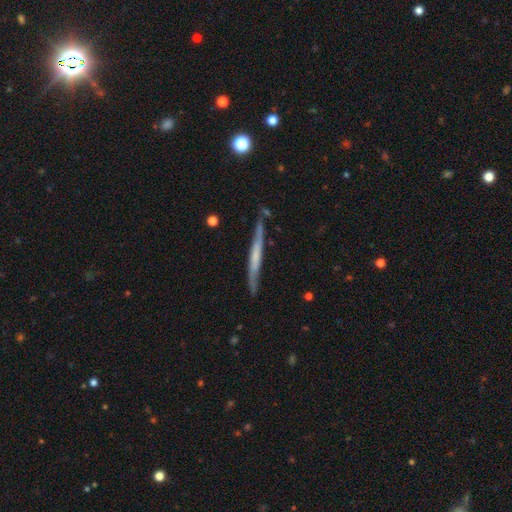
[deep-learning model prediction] Overall: featured or disk (58%; smooth 37%). Edge-on disk: yes (93%). Edge-on bulge: none (68%). Merging: none (80%).